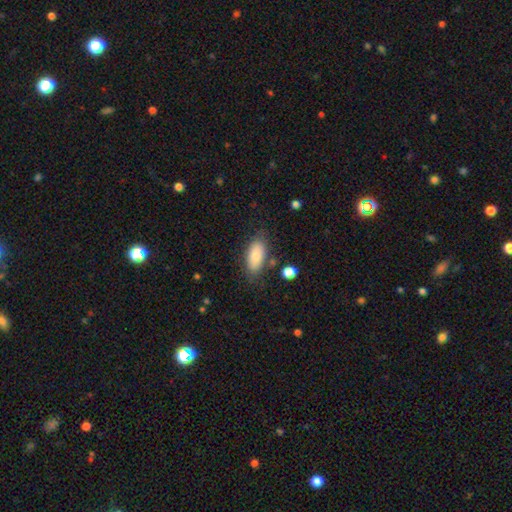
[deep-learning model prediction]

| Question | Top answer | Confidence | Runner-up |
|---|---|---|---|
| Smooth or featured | smooth | 83% | featured or disk (10%) |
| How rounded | in between | 90% | cigar-shaped (7%) |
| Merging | none | 75% | minor disturbance (16%) |